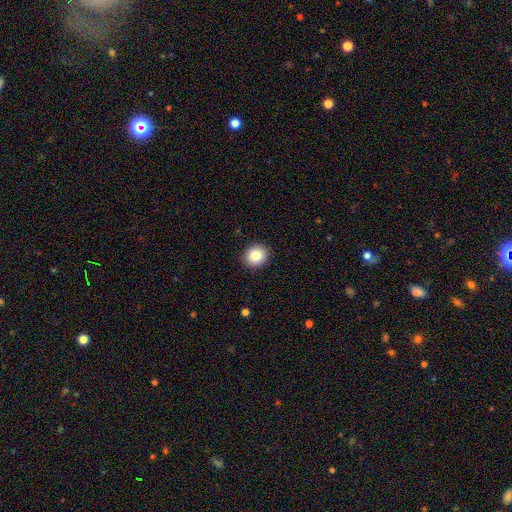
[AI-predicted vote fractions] smooth_or_featured: smooth (p=0.83) [alt: star or artifact p=0.09]
how_rounded: round (p=0.79) [alt: in between p=0.21]
merging: none (p=0.91) [alt: minor disturbance p=0.06]